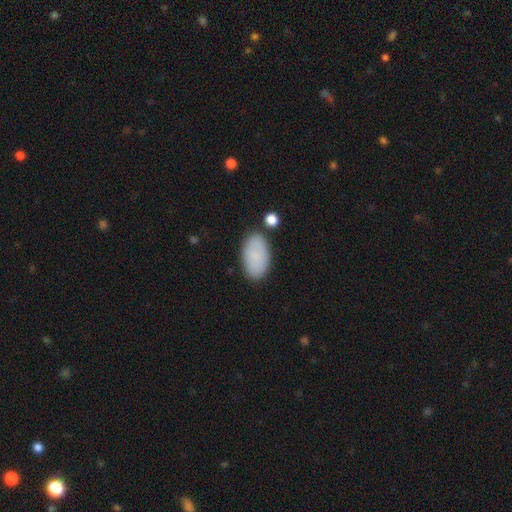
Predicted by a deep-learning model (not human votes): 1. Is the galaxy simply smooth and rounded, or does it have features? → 86% smooth, 8% featured or disk, 7% star or artifact.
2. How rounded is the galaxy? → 95% in between, 3% round, 2% cigar-shaped.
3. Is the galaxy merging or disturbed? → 81% none, 12% minor disturbance, 4% merger, 3% major disturbance.